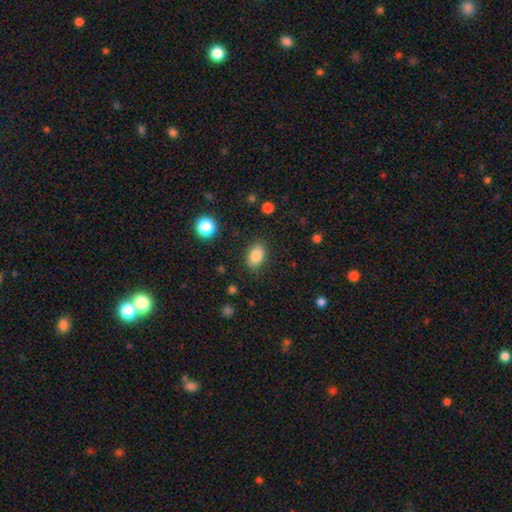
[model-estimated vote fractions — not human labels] Q: Smooth or featured?
A: smooth (84%); runner-up: star or artifact (9%)
Q: How rounded?
A: in between (83%); runner-up: round (15%)
Q: Merging?
A: none (84%); runner-up: minor disturbance (11%)